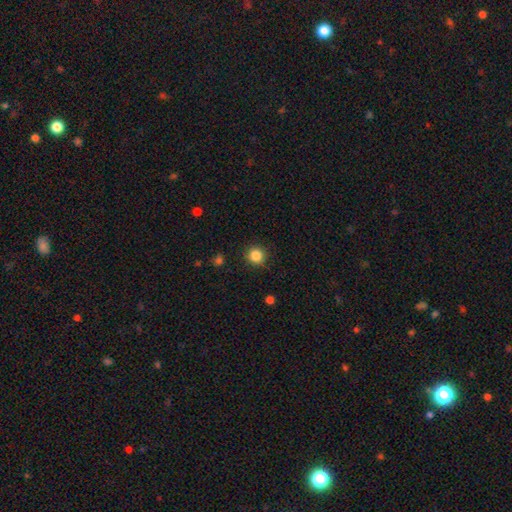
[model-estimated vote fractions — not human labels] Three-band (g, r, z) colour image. It shows a smooth galaxy with no disk features (85%) that is round (94%). Merging: none (90%).